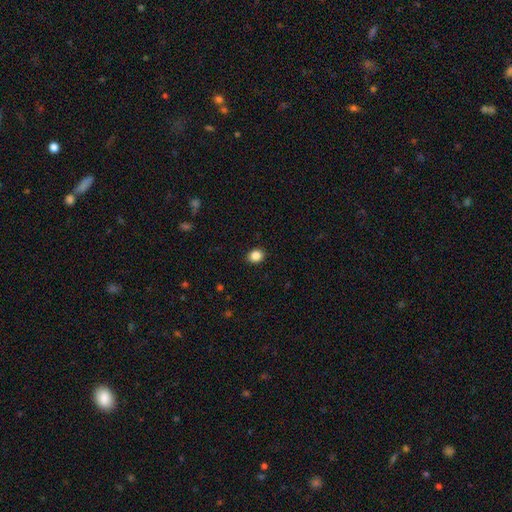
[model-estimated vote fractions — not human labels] Q: Smooth or featured?
A: smooth (87%); runner-up: star or artifact (10%)
Q: How rounded?
A: round (56%); runner-up: in between (43%)
Q: Merging?
A: none (90%); runner-up: minor disturbance (7%)